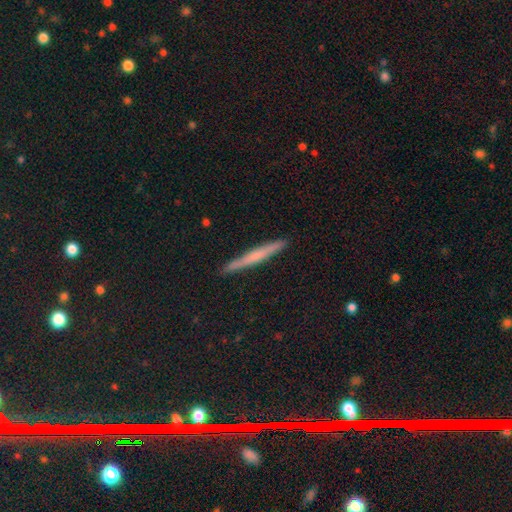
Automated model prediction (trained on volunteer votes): Smooth or featured?
  - smooth: 47% *
  - featured or disk: 45%
  - star or artifact: 8%
Merging?
  - none: 92% *
  - minor disturbance: 6%
  - major disturbance: 1%
  - merger: 1%